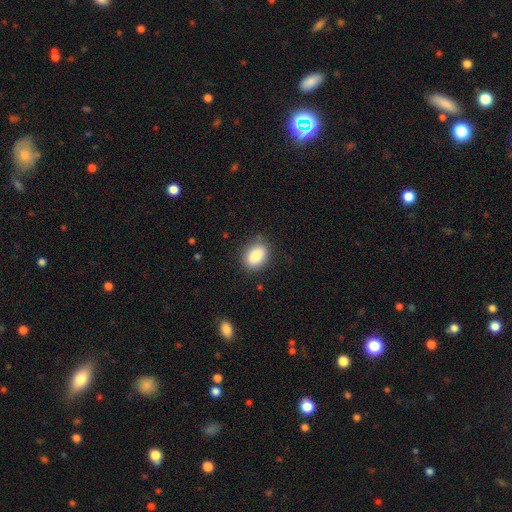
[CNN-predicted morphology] Smooth or featured? Predicted: smooth (p=0.86). How rounded? Predicted: in between (p=0.78). Merging? Predicted: none (p=0.83).